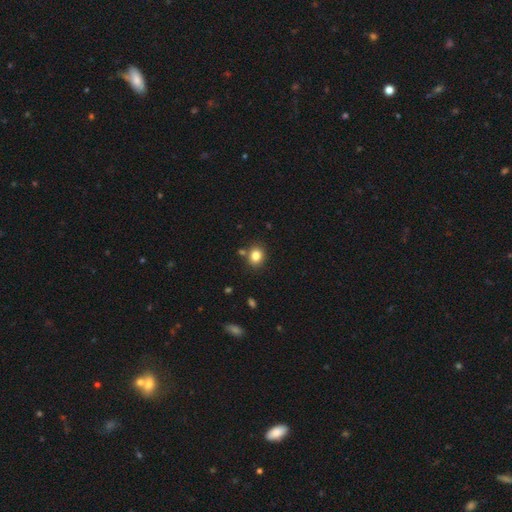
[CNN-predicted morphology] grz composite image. It shows a smooth galaxy with no disk features (82%) that is round (65%). Merging: none (80%).